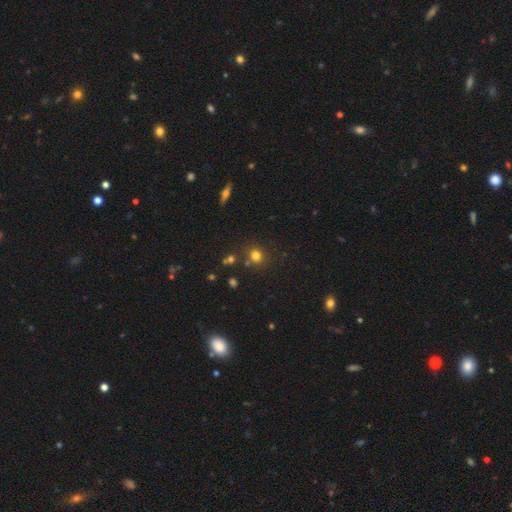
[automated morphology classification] Overall: smooth (75%). How rounded: round (84%). Merging: none (77%).